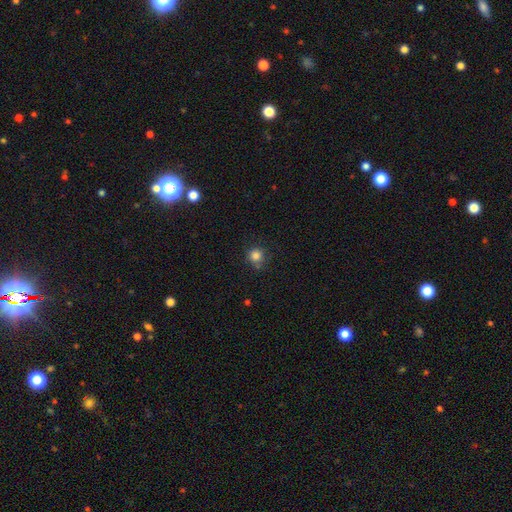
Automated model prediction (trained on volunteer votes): smooth_or_featured: smooth (p=0.83) [alt: star or artifact p=0.12]
how_rounded: round (p=0.92) [alt: in between p=0.07]
merging: none (p=0.74) [alt: minor disturbance p=0.16]